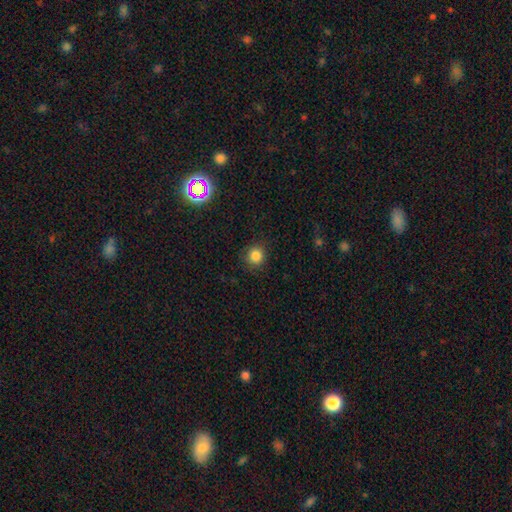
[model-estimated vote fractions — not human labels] This is clearly a smooth galaxy (83%). How rounded: clearly round (91%). Merging: clearly none (87%).